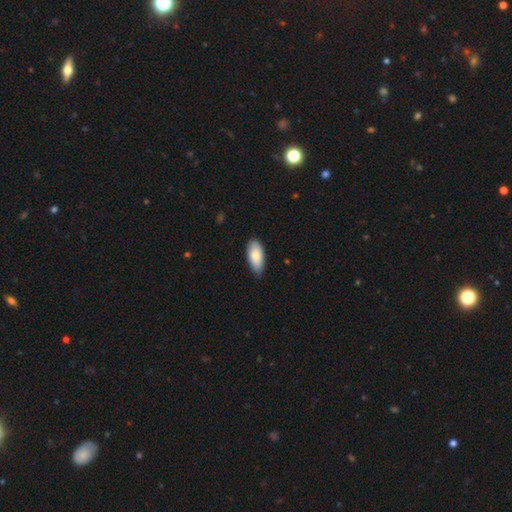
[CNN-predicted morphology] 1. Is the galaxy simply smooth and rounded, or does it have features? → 82% smooth, 13% featured or disk, 6% star or artifact.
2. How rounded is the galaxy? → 91% in between, 7% cigar-shaped, 2% round.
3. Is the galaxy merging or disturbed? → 81% none, 16% minor disturbance, 2% major disturbance, 1% merger.